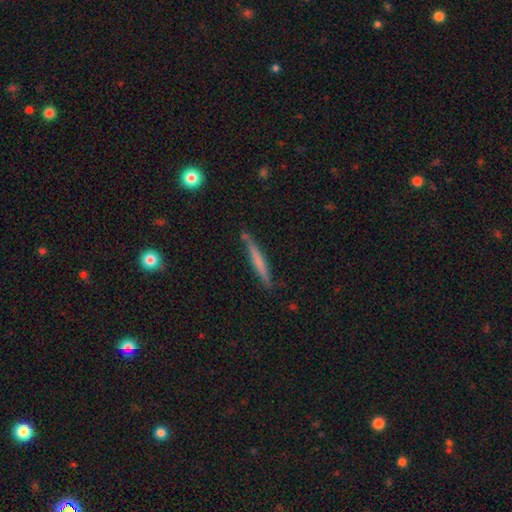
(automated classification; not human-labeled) Q: Smooth or featured?
A: smooth (53%); runner-up: featured or disk (41%)
Q: How rounded?
A: cigar-shaped (96%); runner-up: in between (3%)
Q: Merging?
A: none (83%); runner-up: minor disturbance (12%)